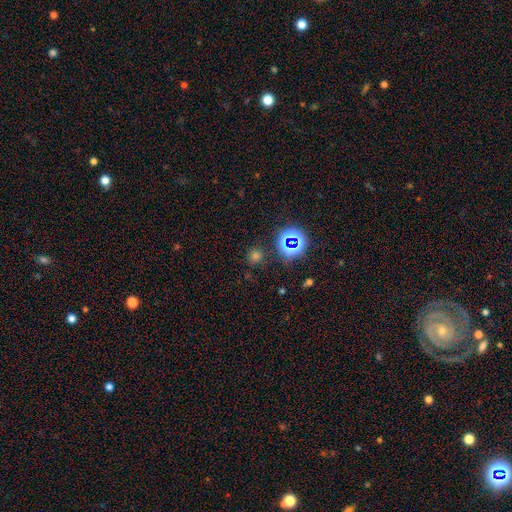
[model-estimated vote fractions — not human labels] smooth-or-featured: smooth: 53% | star or artifact: 41% | featured or disk: 6%
  how-rounded: round: 91% | in between: 8% | cigar-shaped: 1%
  merging: none: 84% | minor disturbance: 9% | merger: 4% | major disturbance: 4%